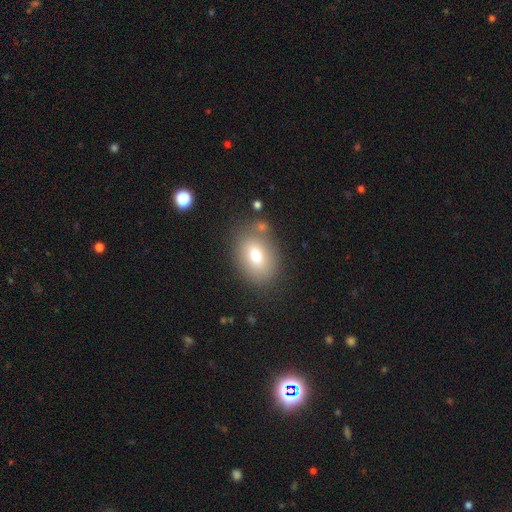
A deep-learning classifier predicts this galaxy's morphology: smooth_or_featured: smooth (p=0.76) [alt: featured or disk p=0.15]
how_rounded: in between (p=0.80) [alt: round p=0.18]
merging: none (p=0.76) [alt: minor disturbance p=0.13]